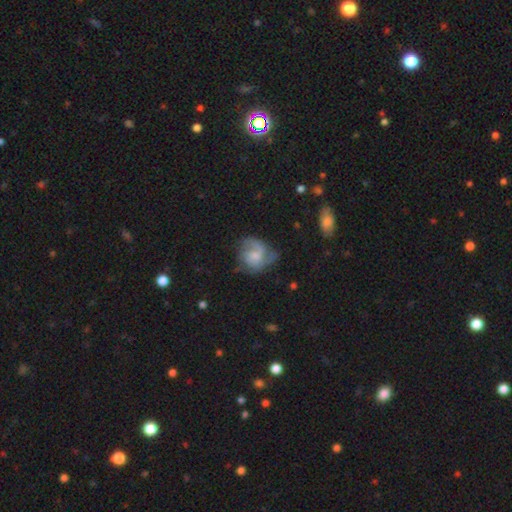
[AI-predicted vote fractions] Smooth or featured? featured or disk (63%)
Edge-on disk? no (97%)
Bar? no (64%)
Spiral arms? yes (87%)
Spiral winding? medium (46%)
Spiral arm count? 2 (44%)
Bulge size? small (45%)
Merging? none (55%)